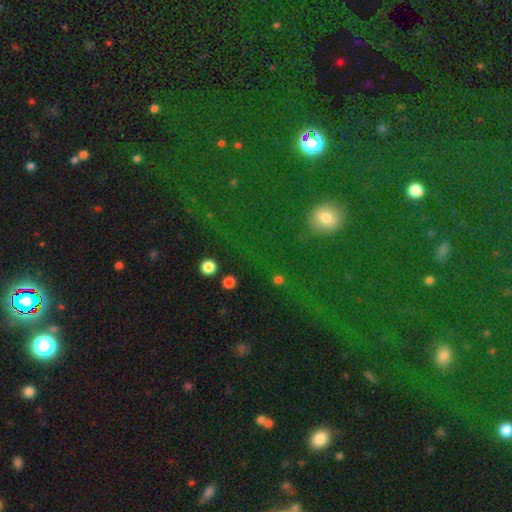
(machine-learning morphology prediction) A star or artifact, not a galaxy (57%).

Vote fractions:
- Smooth or featured? star or artifact: 57% / smooth: 34% / featured or disk: 9%